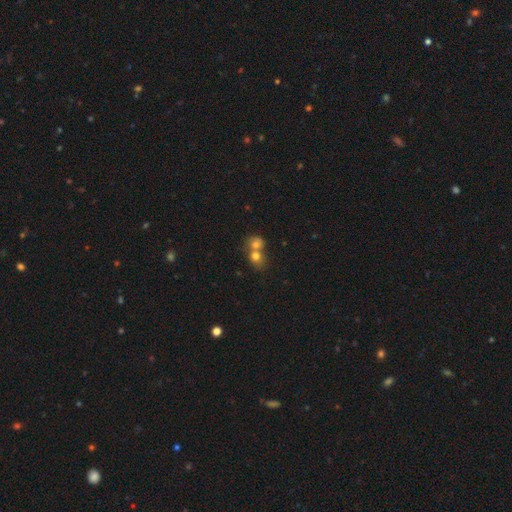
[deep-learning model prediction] Smooth or featured? Predicted: smooth (p=0.73). How rounded? Predicted: round (p=0.67). Merging? Predicted: merger (p=0.69).